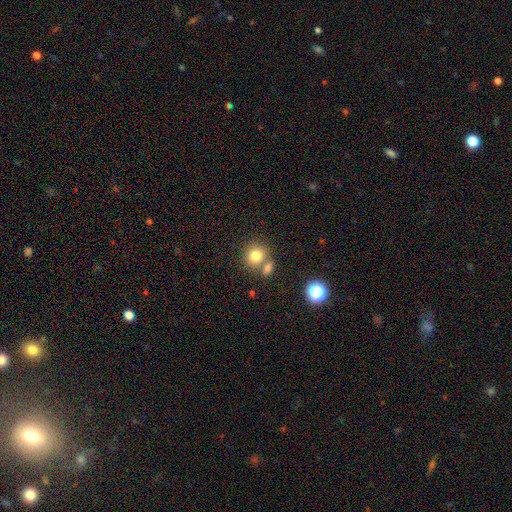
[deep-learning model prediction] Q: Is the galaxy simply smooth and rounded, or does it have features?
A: smooth — 79%.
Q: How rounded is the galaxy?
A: round — 82%.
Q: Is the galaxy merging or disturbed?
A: none — 58%.